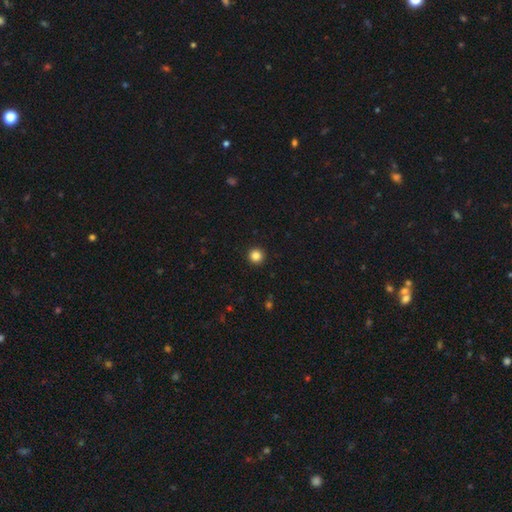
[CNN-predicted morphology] Smooth or featured: smooth — 85% (star or artifact — 11%)
How rounded: round — 96% (in between — 3%)
Merging: none — 94% (minor disturbance — 4%)